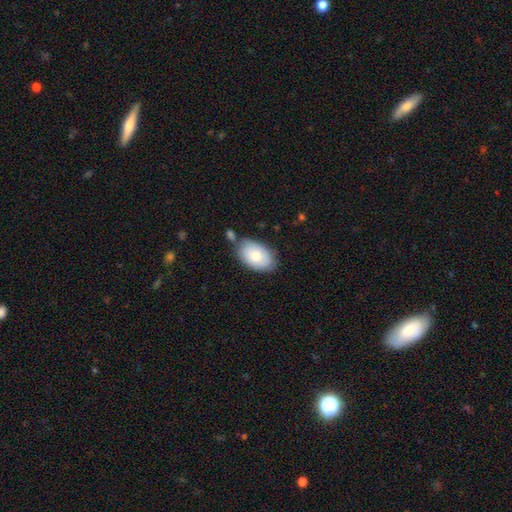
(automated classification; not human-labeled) This appears to be a smooth galaxy with no disk features (76%) that is in between round and cigar-shaped (92%). Merging: none (70%).